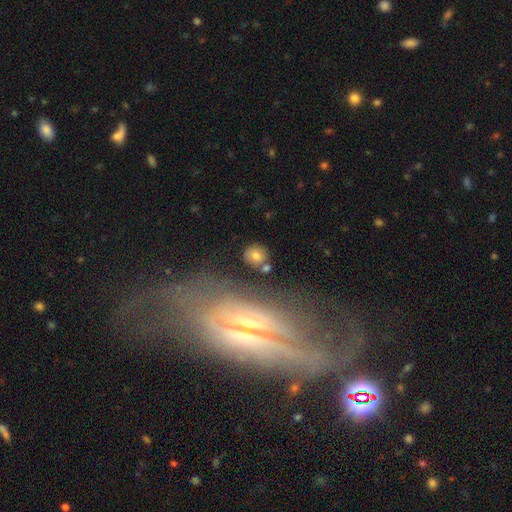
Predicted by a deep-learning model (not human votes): Smooth or featured?
  - smooth: 72% *
  - featured or disk: 16%
  - star or artifact: 11%
How rounded?
  - round: 73% *
  - in between: 25%
  - cigar-shaped: 2%
Merging?
  - none: 71% *
  - minor disturbance: 13%
  - merger: 10%
  - major disturbance: 6%